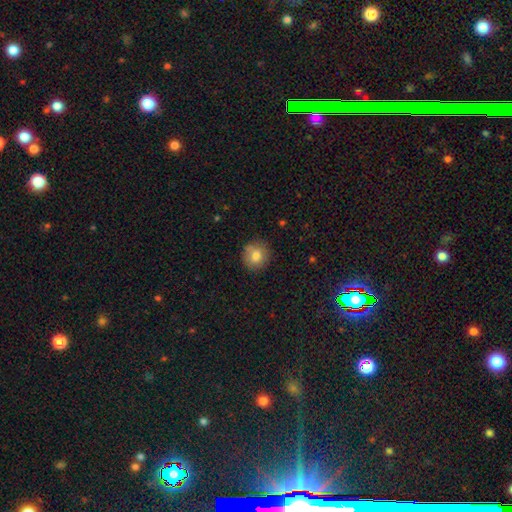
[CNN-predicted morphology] This is likely a smooth galaxy (79%). How rounded: clearly round (90%). Merging: clearly none (83%).